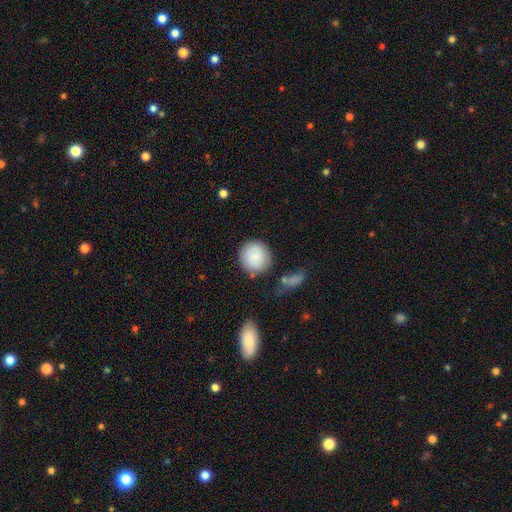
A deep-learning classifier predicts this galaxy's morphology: smooth-or-featured: smooth: 83% | featured or disk: 10% | star or artifact: 7%
  how-rounded: round: 91% | in between: 8% | cigar-shaped: 1%
  merging: none: 78% | minor disturbance: 12% | merger: 5% | major disturbance: 4%